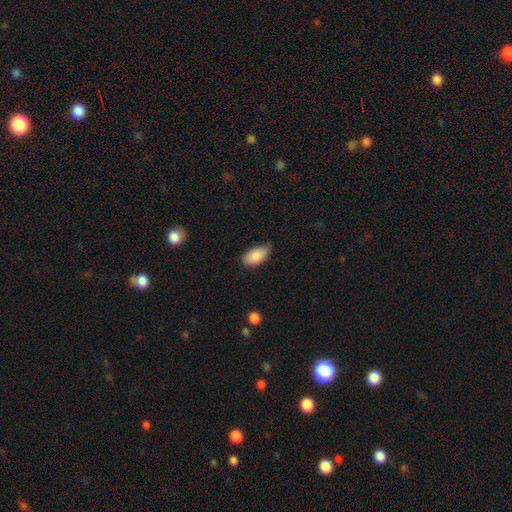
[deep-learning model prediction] smooth_or_featured: smooth (p=0.87) [alt: star or artifact p=0.07]
how_rounded: in between (p=0.93) [alt: cigar-shaped p=0.04]
merging: none (p=0.62) [alt: minor disturbance p=0.32]